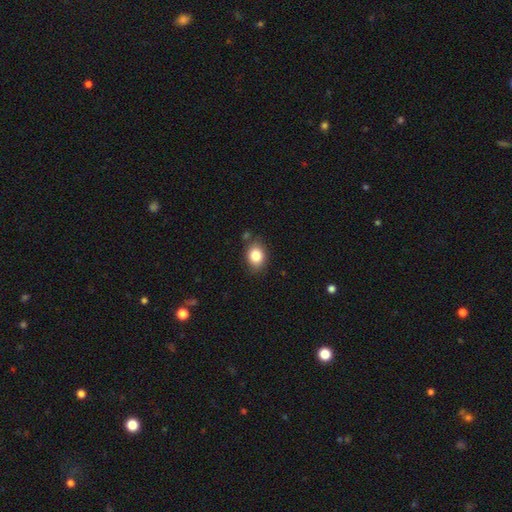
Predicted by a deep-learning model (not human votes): Smooth or featured? smooth (83%)
How rounded? in between (61%)
Merging? none (78%)